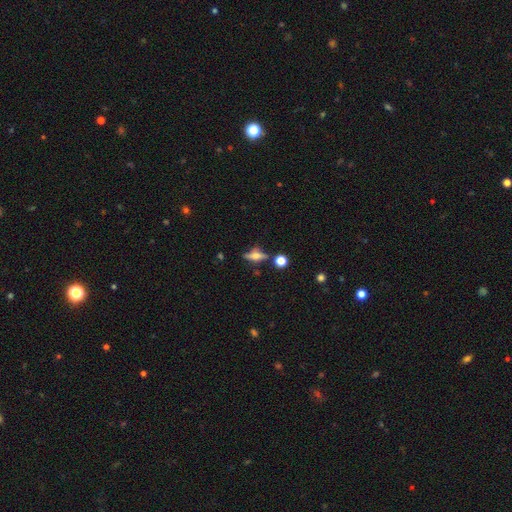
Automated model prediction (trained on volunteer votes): smooth_or_featured: featured or disk (p=0.60) [alt: smooth p=0.29]
disk_edge_on: yes (p=0.88) [alt: no p=0.12]
edge_on_bulge: rounded (p=0.90) [alt: boxy p=0.07]
merging: none (p=0.69) [alt: minor disturbance p=0.17]